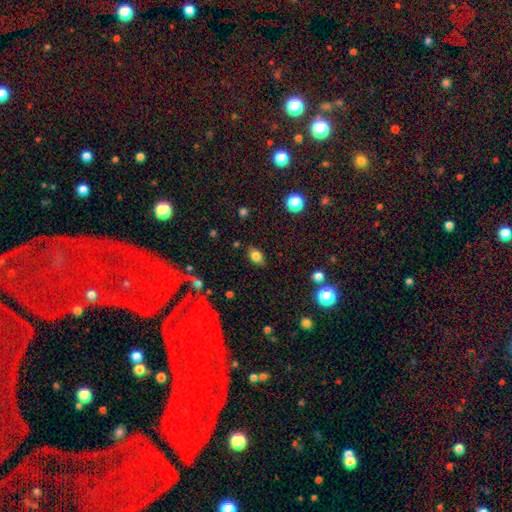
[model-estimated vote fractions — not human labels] smooth-or-featured: smooth: 78% | featured or disk: 12% | star or artifact: 10%
  how-rounded: in between: 83% | round: 14% | cigar-shaped: 2%
  merging: none: 83% | minor disturbance: 12% | major disturbance: 3% | merger: 2%